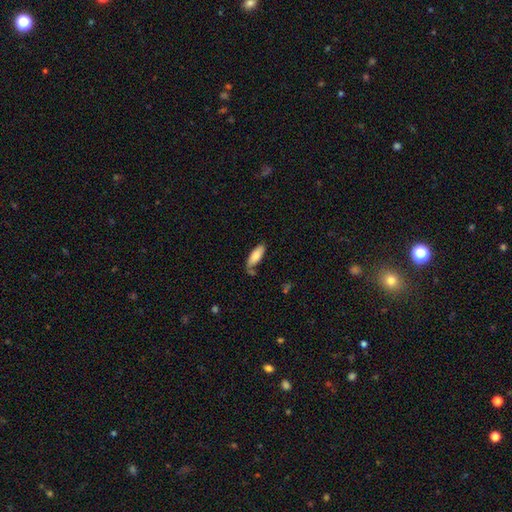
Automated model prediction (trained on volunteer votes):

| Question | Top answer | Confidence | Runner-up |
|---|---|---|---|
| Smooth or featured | smooth | 80% | featured or disk (14%) |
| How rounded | in between | 69% | cigar-shaped (29%) |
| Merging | none | 62% | minor disturbance (22%) |